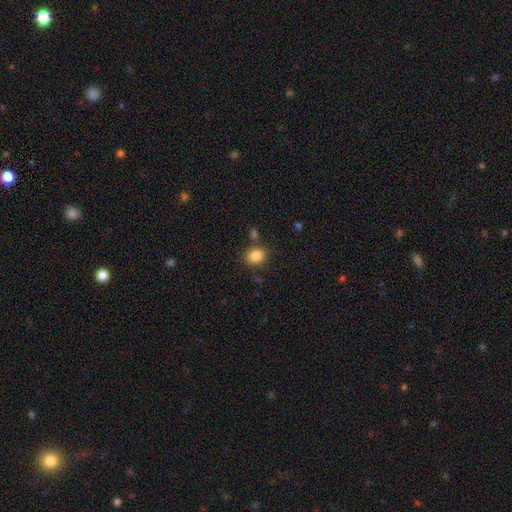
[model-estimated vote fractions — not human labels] smooth 86%, star or artifact 10%, featured or disk 5%. Down the decision tree: how rounded — round (55%); merging — none (78%).